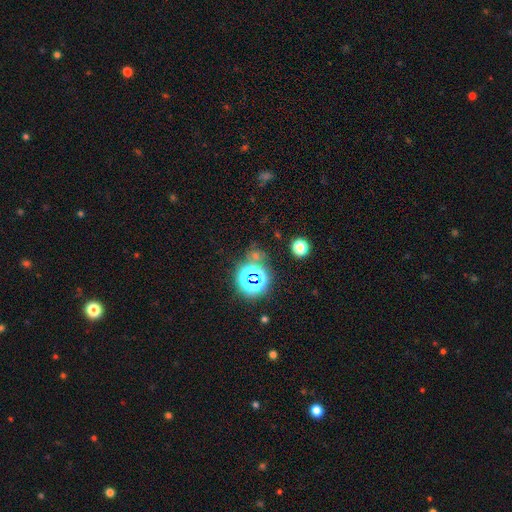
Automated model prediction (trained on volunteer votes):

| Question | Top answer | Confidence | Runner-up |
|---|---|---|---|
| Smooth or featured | star or artifact | 64% | smooth (27%) |